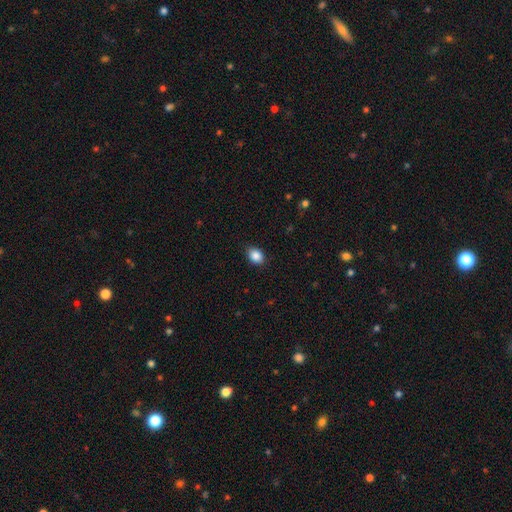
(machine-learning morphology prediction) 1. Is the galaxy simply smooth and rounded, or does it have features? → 88% smooth, 8% star or artifact, 4% featured or disk.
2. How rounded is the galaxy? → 70% in between, 29% round, 1% cigar-shaped.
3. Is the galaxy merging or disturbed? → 85% none, 11% minor disturbance, 2% major disturbance, 1% merger.